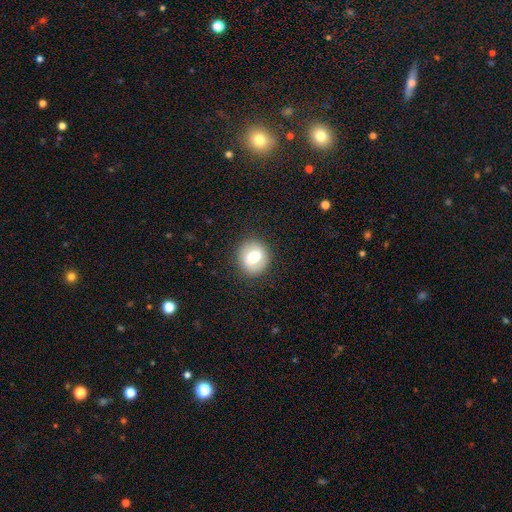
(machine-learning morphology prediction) The model was most divided on "smooth or featured": smooth: 65%, featured or disk: 27%, star or artifact: 8%. More confident: merging — none (87%); how rounded — round (80%).